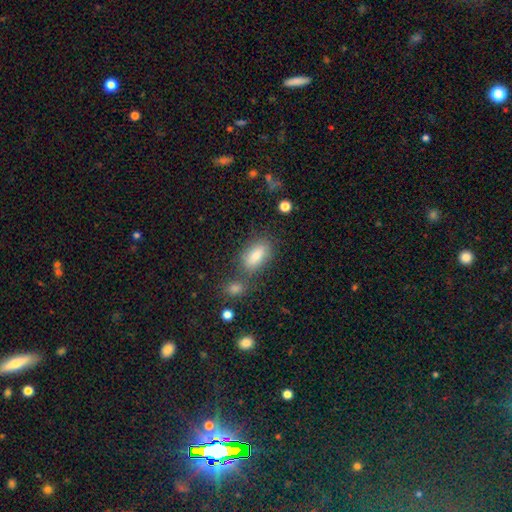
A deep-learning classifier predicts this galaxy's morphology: smooth_or_featured: smooth (p=0.81) [alt: featured or disk p=0.10]
how_rounded: in between (p=0.87) [alt: cigar-shaped p=0.08]
merging: none (p=0.68) [alt: minor disturbance p=0.14]